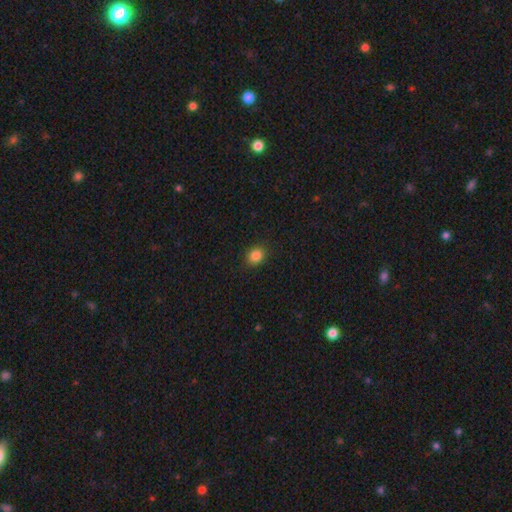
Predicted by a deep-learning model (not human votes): The model was most divided on "how rounded": round: 60%, in between: 39%, cigar-shaped: 1%. More confident: merging — none (88%); smooth or featured — smooth (85%).